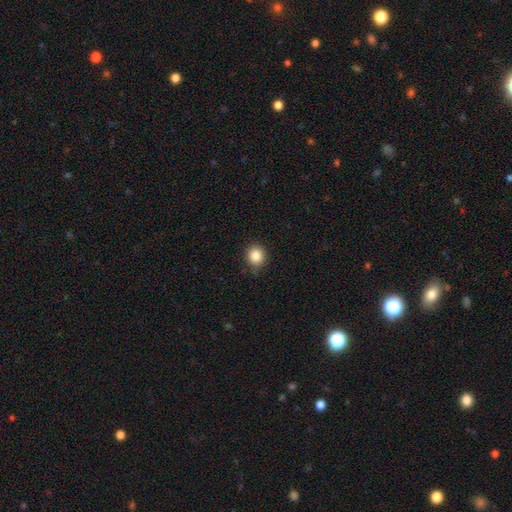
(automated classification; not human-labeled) A smooth galaxy with no disk features (86%) that is round (84%). Merging: none (82%).